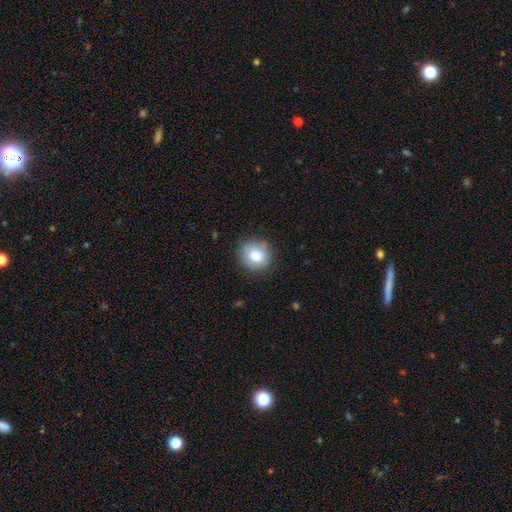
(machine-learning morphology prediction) type=smooth (83%); roundness=round (82%); merging=none (80%).